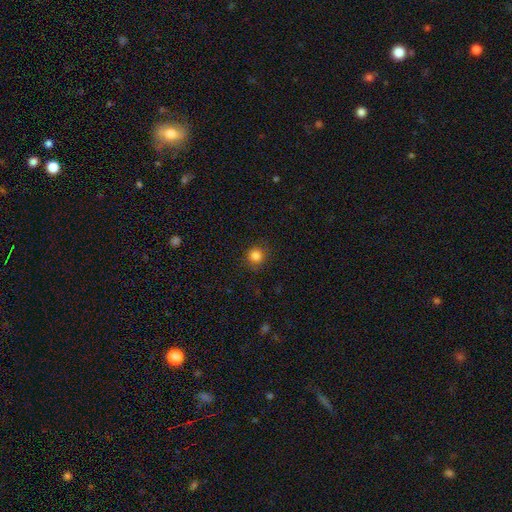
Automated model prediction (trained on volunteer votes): smooth-or-featured: smooth: 84% | star or artifact: 12% | featured or disk: 4%
  how-rounded: round: 89% | in between: 10% | cigar-shaped: 1%
  merging: none: 85% | minor disturbance: 11% | major disturbance: 3% | merger: 1%